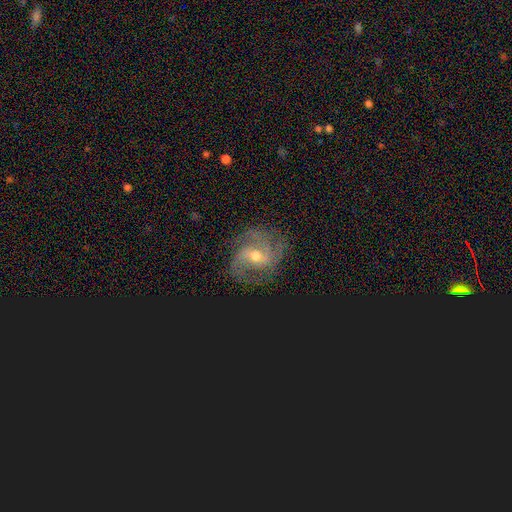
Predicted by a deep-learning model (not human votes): Smooth or featured?
  - featured or disk: 83% *
  - star or artifact: 11%
  - smooth: 6%
Edge-on disk?
  - no: 97% *
  - yes: 3%
Bar?
  - weak: 48% *
  - no: 35%
  - strong: 17%
Spiral arms?
  - yes: 97% *
  - no: 3%
Spiral winding?
  - medium: 52% *
  - tight: 30%
  - loose: 18%
Spiral arm count?
  - 2: 40% *
  - 3: 26%
  - can't tell: 14%
  - 4: 8%
  - 1: 6%
  - more than 4: 6%
Bulge size?
  - moderate: 62% *
  - small: 33%
  - large: 3%
  - none: 1%
  - dominant: 1%
Merging?
  - none: 75% *
  - minor disturbance: 16%
  - major disturbance: 8%
  - merger: 1%